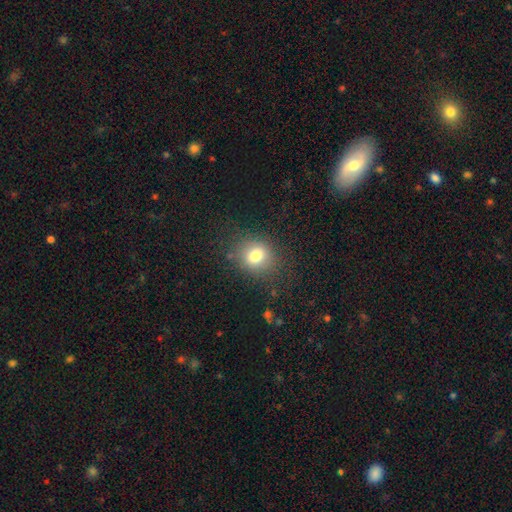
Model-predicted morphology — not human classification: This appears to be a smooth galaxy with no disk features (77%) that is round (68%). Merging: none (81%).